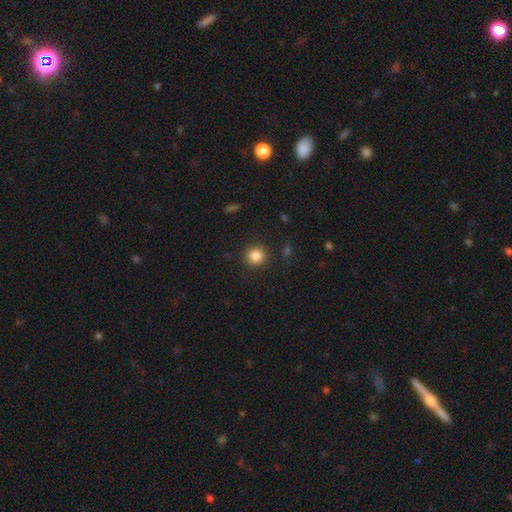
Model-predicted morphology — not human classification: This is clearly a smooth galaxy (85%). How rounded: clearly round (92%). Merging: clearly none (90%).